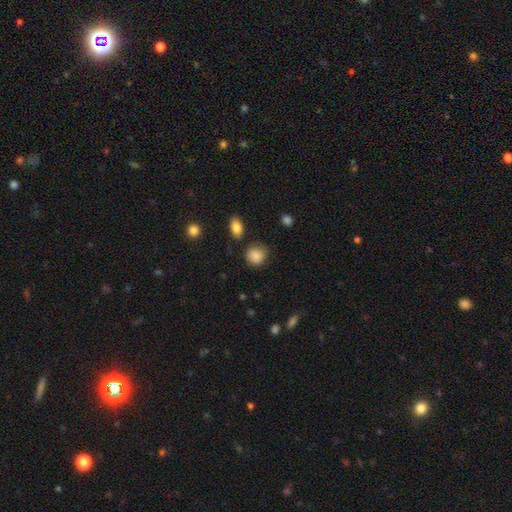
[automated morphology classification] Smooth or featured?
  - smooth: 87% *
  - star or artifact: 9%
  - featured or disk: 4%
How rounded?
  - round: 79% *
  - in between: 20%
  - cigar-shaped: 1%
Merging?
  - none: 73% *
  - minor disturbance: 19%
  - major disturbance: 5%
  - merger: 3%